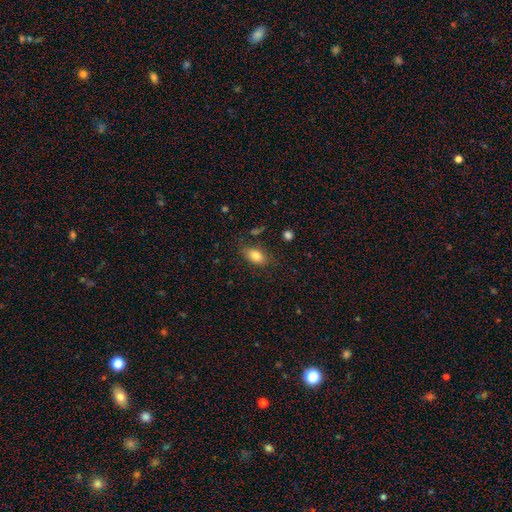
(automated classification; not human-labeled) This appears to be a smooth galaxy with no disk features (81%) that is in between round and cigar-shaped (88%). Merging: none (78%).